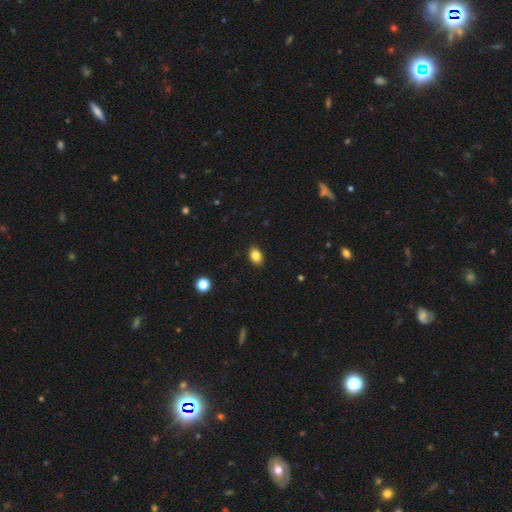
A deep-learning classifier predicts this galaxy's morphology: Smooth or featured?
  - smooth: 85% *
  - star or artifact: 9%
  - featured or disk: 5%
How rounded?
  - in between: 78% *
  - round: 21%
  - cigar-shaped: 1%
Merging?
  - none: 90% *
  - minor disturbance: 7%
  - major disturbance: 2%
  - merger: 1%